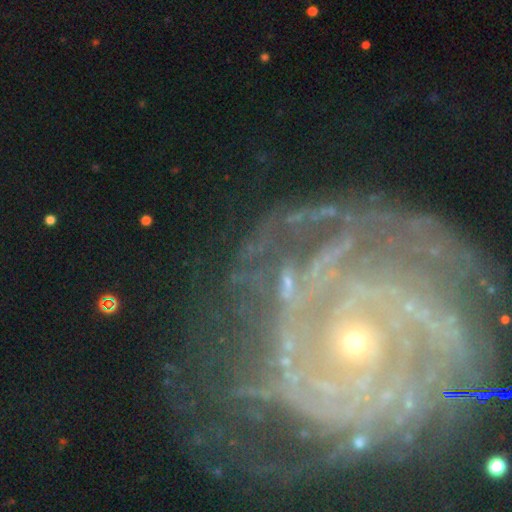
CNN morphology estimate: Smooth or featured?
  - featured or disk: 78% *
  - star or artifact: 14%
  - smooth: 8%
Edge-on disk?
  - no: 96% *
  - yes: 4%
Bar?
  - no: 64% *
  - weak: 20%
  - strong: 16%
Spiral arms?
  - yes: 93% *
  - no: 7%
Spiral winding?
  - tight: 76% *
  - medium: 18%
  - loose: 6%
Spiral arm count?
  - can't tell: 26% *
  - more than 4: 19%
  - 4: 15%
  - 3: 15%
  - 2: 15%
  - 1: 11%
Bulge size?
  - small: 77% *
  - moderate: 17%
  - large: 3%
  - none: 3%
  - dominant: 2%
Merging?
  - none: 70% *
  - minor disturbance: 15%
  - major disturbance: 12%
  - merger: 3%